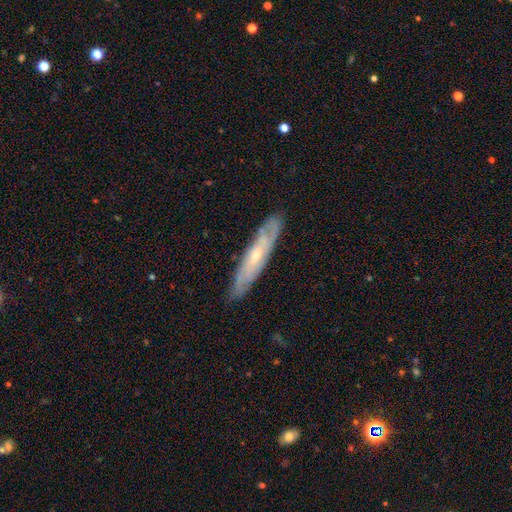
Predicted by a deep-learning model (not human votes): A featured or disk galaxy (68%). Merging: none (83%).